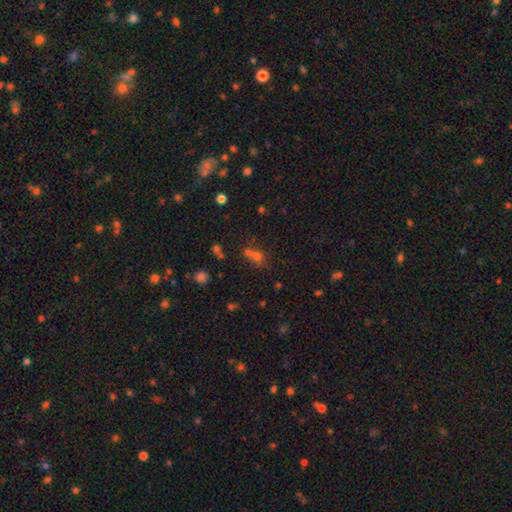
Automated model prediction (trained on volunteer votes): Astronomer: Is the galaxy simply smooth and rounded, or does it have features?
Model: smooth — 47% (runner-up: star or artifact, 41%).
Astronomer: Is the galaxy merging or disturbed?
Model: none — 52% (runner-up: merger, 30%).